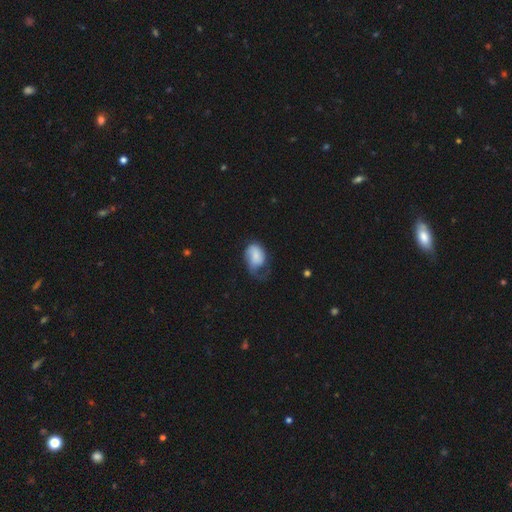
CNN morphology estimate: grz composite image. It shows a smooth galaxy with no disk features (58%) that is in between round and cigar-shaped (78%). Merging: major disturbance (43%).